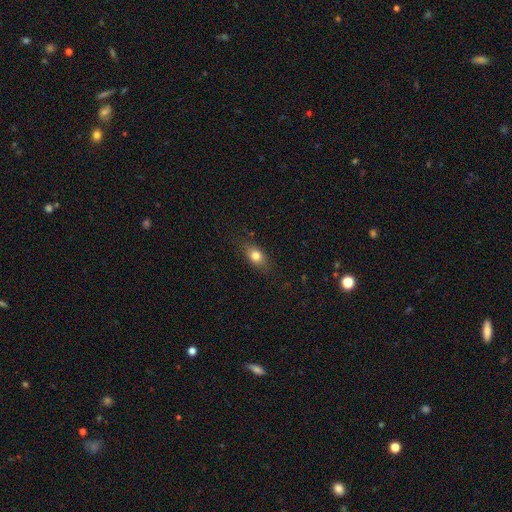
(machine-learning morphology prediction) Overall: smooth (77%). How rounded: in between (76%). Merging: none (80%).